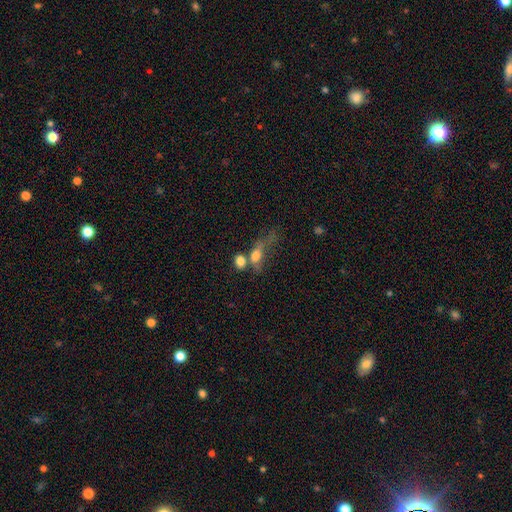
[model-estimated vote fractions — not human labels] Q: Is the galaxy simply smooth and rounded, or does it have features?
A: smooth — 70%.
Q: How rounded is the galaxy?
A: in between — 65%.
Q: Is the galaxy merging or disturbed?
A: merger — 48%.